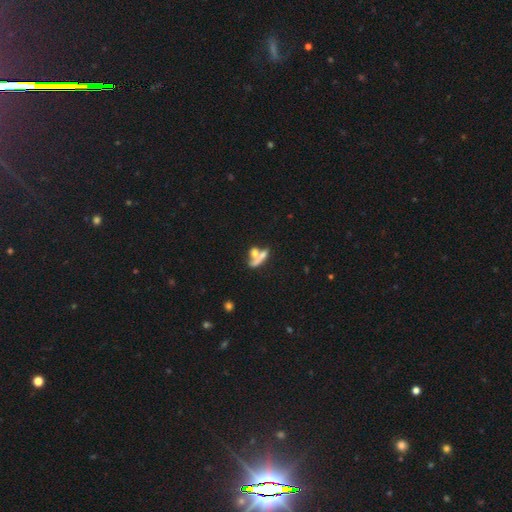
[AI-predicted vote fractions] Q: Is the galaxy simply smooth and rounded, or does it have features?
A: smooth — 62%.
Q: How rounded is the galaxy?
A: in between — 40%.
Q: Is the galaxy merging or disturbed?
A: merger — 51%.